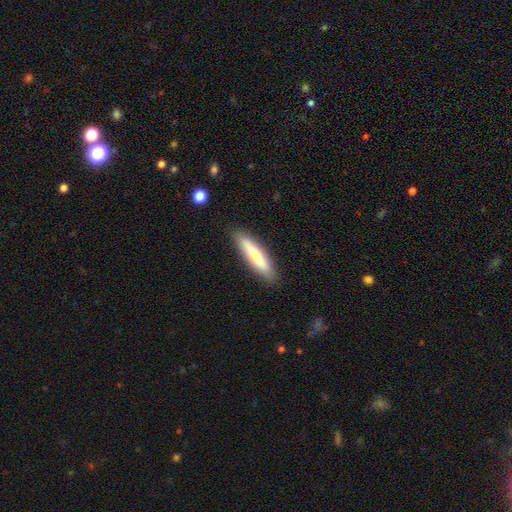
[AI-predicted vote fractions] smooth_or_featured: smooth (p=0.70) [alt: featured or disk p=0.24]
how_rounded: cigar-shaped (p=0.83) [alt: in between p=0.16]
merging: none (p=0.88) [alt: minor disturbance p=0.09]